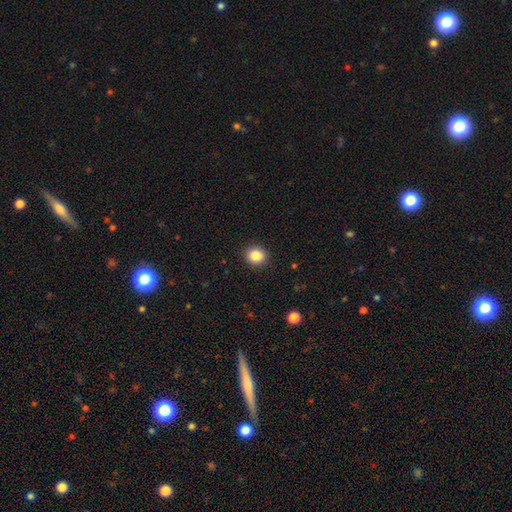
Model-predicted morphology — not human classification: This is clearly a smooth galaxy (85%). How rounded: clearly round (83%). Merging: clearly none (92%).